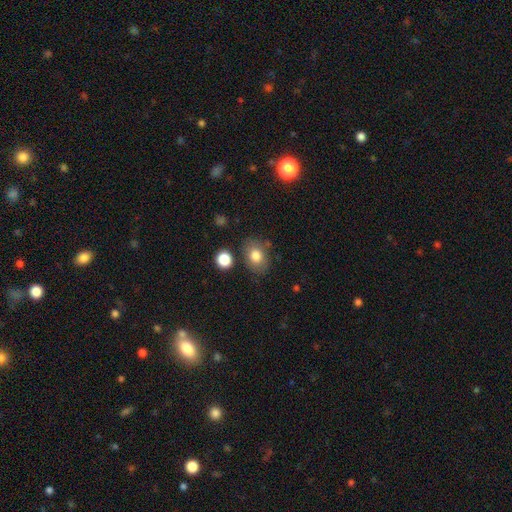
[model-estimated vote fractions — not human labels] Smooth or featured?
  - smooth: 80% *
  - featured or disk: 11%
  - star or artifact: 9%
How rounded?
  - in between: 64% *
  - round: 35%
  - cigar-shaped: 1%
Merging?
  - none: 75% *
  - minor disturbance: 15%
  - merger: 5%
  - major disturbance: 5%